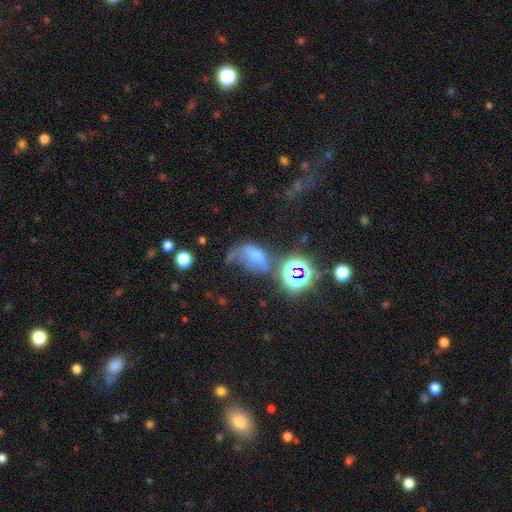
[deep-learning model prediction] Smooth or featured? smooth (41%)
Merging? major disturbance (38%)